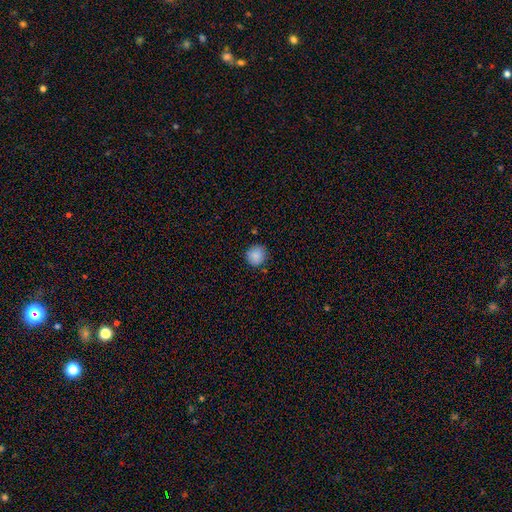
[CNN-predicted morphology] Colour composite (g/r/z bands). It shows a smooth galaxy with no disk features (87%) that is round (90%). Merging: none (84%).